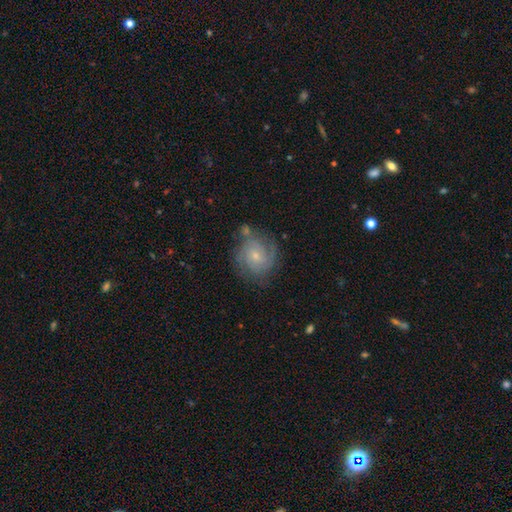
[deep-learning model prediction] Q: Smooth or featured?
A: featured or disk (63%); runner-up: smooth (28%)
Q: Edge-on disk?
A: no (98%); runner-up: yes (2%)
Q: Bar?
A: no (73%); runner-up: weak (24%)
Q: Spiral arms?
A: yes (88%); runner-up: no (12%)
Q: Spiral winding?
A: tight (57%); runner-up: medium (32%)
Q: Spiral arm count?
A: can't tell (34%); runner-up: 2 (29%)
Q: Bulge size?
A: small (68%); runner-up: moderate (27%)
Q: Merging?
A: none (66%); runner-up: minor disturbance (19%)